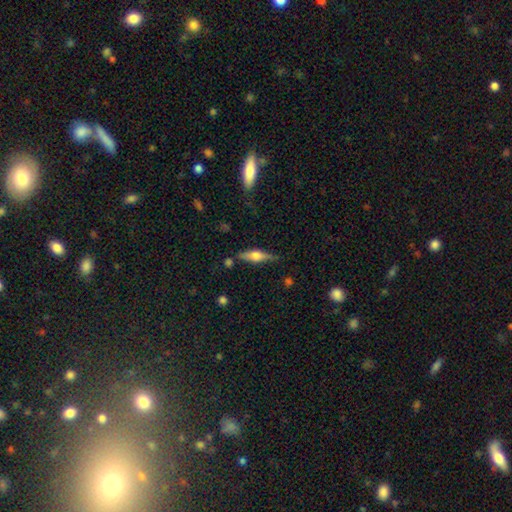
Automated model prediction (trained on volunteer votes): Morphology: type=featured or disk (56%); edge-on=yes (95%); edge-on bulge=rounded (90%); merging=none (79%).